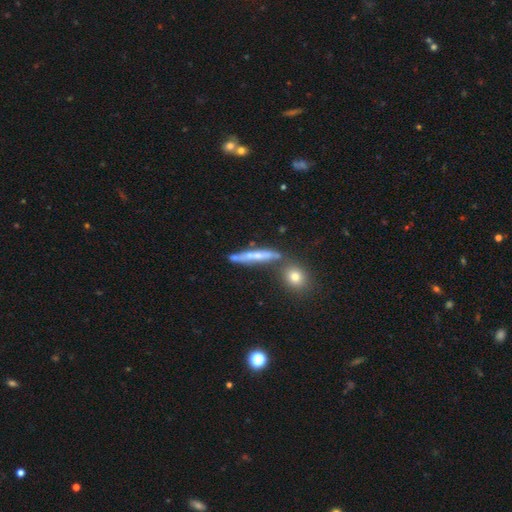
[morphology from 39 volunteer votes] smooth-or-featured: featured or disk: 69% | smooth: 28% | star or artifact: 3%
  disk-edge-on: yes: 78% | no: 22%
    edge-on-bulge: none: 67% | rounded: 24% | boxy: 10%
  merging: none: 68% | minor disturbance: 21% | merger: 8% | major disturbance: 3%